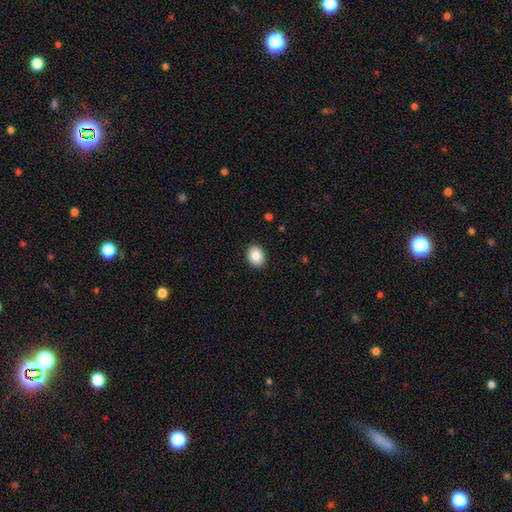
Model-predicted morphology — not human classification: type=smooth (87%); roundness=in between (60%); merging=none (91%).